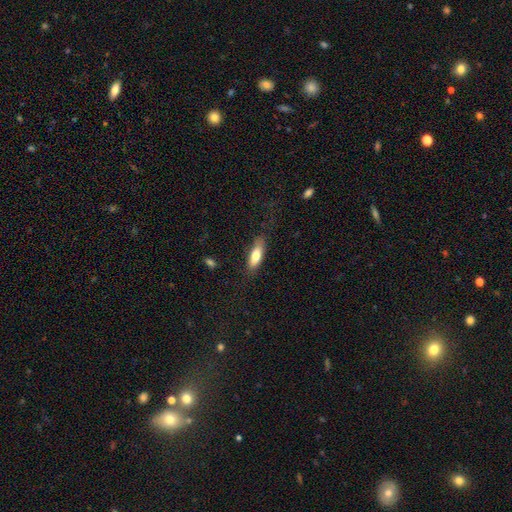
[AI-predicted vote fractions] Smooth or featured? Predicted: smooth (p=0.74). How rounded? Predicted: in between (p=0.58). Merging? Predicted: none (p=0.75).